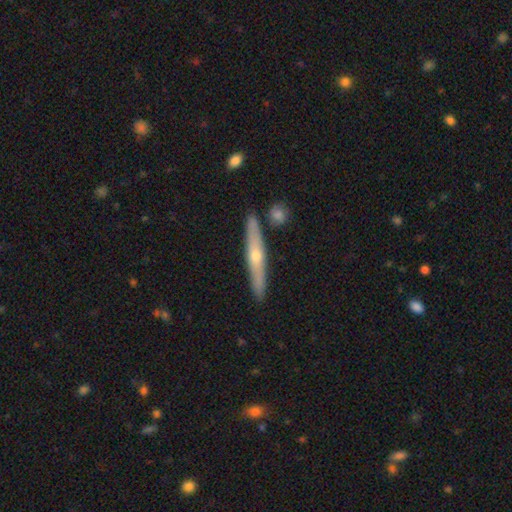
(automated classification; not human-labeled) A featured or disk galaxy (62%) viewed edge-on (93%) with a rounded central bulge (82%).

Vote fractions:
- Smooth or featured? featured or disk: 62% / smooth: 32% / star or artifact: 6%
- Edge-on disk? yes: 93% / no: 7%
- Edge-on bulge? rounded: 82% / none: 16% / boxy: 2%
- Merging? none: 87% / minor disturbance: 8% / merger: 4% / major disturbance: 2%